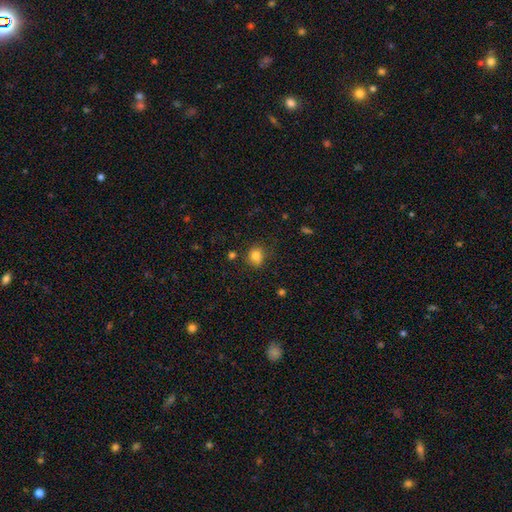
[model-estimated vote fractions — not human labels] smooth-or-featured: smooth: 81% | star or artifact: 12% | featured or disk: 7%
  how-rounded: round: 69% | in between: 30% | cigar-shaped: 1%
  merging: none: 77% | minor disturbance: 16% | major disturbance: 4% | merger: 4%